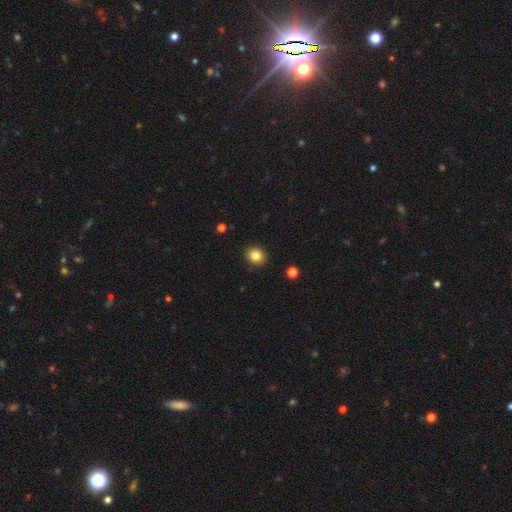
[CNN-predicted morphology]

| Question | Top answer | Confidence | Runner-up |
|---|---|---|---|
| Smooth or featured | smooth | 83% | star or artifact (10%) |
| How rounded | round | 71% | in between (28%) |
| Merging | none | 91% | minor disturbance (6%) |